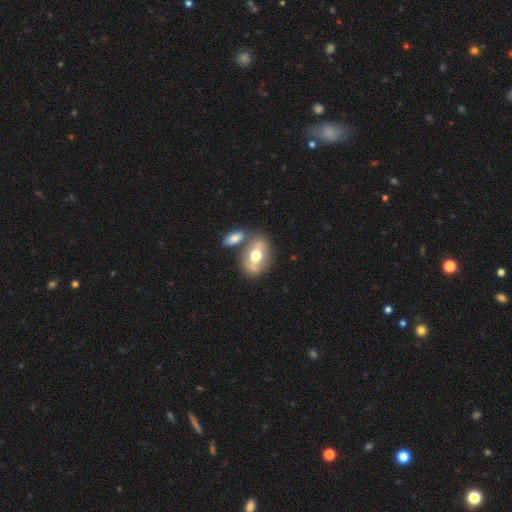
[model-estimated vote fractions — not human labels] Overall: smooth (53%; featured or disk 40%). How rounded: in between (80%). Merging: none (56%; merger 26%).